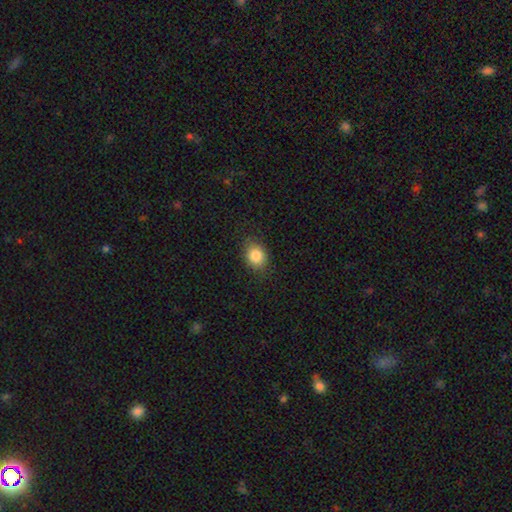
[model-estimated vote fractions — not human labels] Smooth or featured: smooth — 86% (star or artifact — 9%)
How rounded: in between — 57% (round — 42%)
Merging: none — 83% (minor disturbance — 13%)